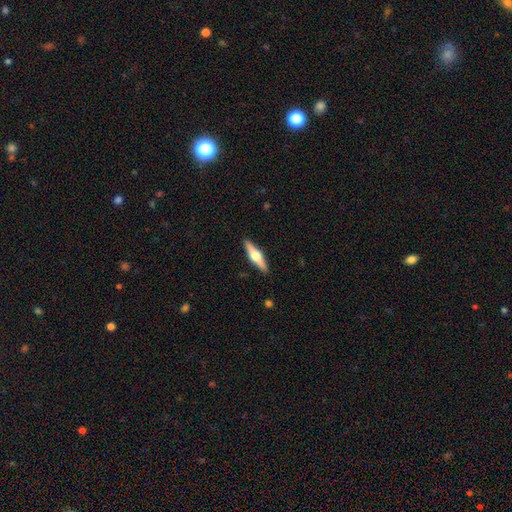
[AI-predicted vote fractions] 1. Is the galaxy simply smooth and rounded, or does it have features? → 62% featured or disk, 33% smooth, 5% star or artifact.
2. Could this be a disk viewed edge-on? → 96% yes, 4% no.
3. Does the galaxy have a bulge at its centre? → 95% rounded, 3% boxy, 2% none.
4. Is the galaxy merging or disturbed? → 91% none, 7% minor disturbance, 1% major disturbance, 1% merger.